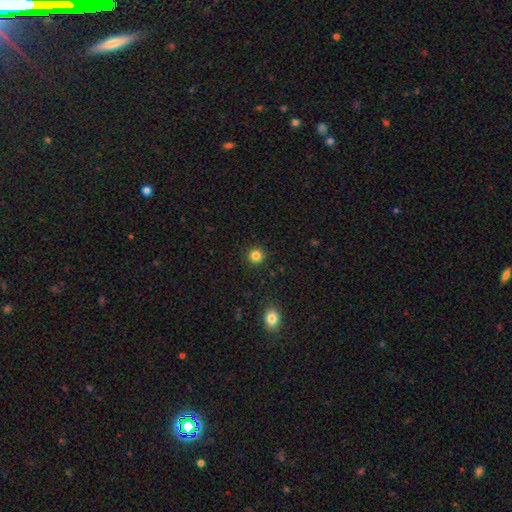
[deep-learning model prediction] A smooth galaxy with no disk features (83%) that is round (94%).

Vote fractions:
- Smooth or featured? smooth: 83% / star or artifact: 12% / featured or disk: 4%
- How rounded? round: 94% / in between: 5% / cigar-shaped: 1%
- Merging? none: 92% / minor disturbance: 5% / major disturbance: 2% / merger: 1%